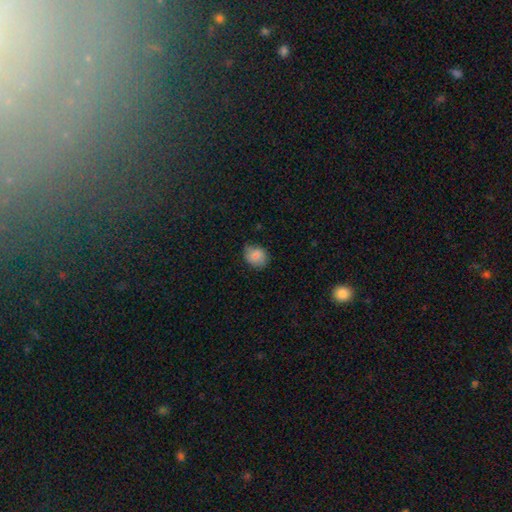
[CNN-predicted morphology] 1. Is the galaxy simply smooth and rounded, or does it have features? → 82% smooth, 10% featured or disk, 8% star or artifact.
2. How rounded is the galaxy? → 55% round, 44% in between, 1% cigar-shaped.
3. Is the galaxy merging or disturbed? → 71% none, 24% minor disturbance, 4% major disturbance, 1% merger.